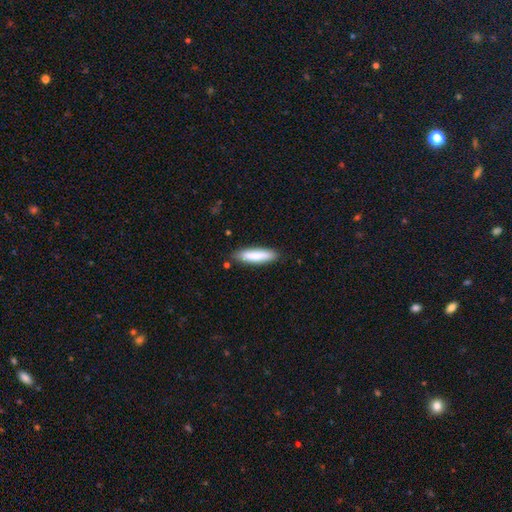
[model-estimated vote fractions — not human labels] Smooth or featured?
  - smooth: 82% *
  - featured or disk: 13%
  - star or artifact: 6%
How rounded?
  - cigar-shaped: 72% *
  - in between: 26%
  - round: 1%
Merging?
  - none: 85% *
  - minor disturbance: 11%
  - major disturbance: 2%
  - merger: 2%